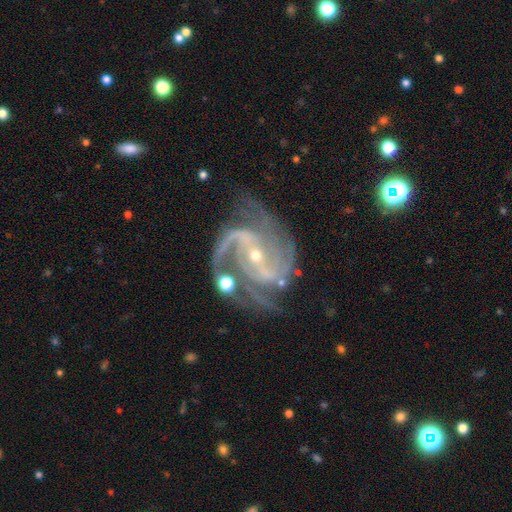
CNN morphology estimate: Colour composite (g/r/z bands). It shows a featured or disk galaxy (92%) with a strong bar (42%), 2 (46%) medium (54%) spiral arms (98%) and a small central bulge (71%). Merging: none (61%).